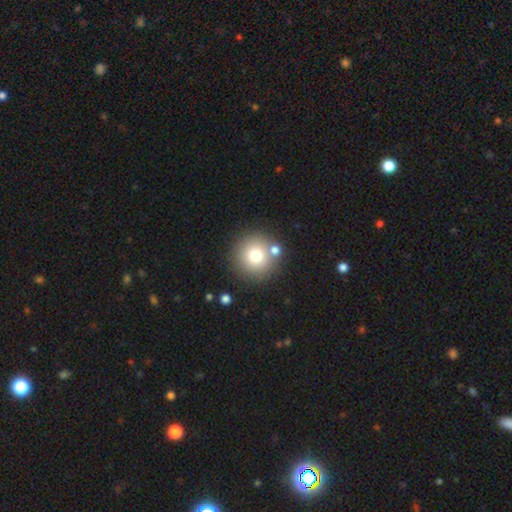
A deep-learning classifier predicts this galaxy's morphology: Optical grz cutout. It shows a smooth galaxy with no disk features (74%) that is round (95%). Merging: none (77%).